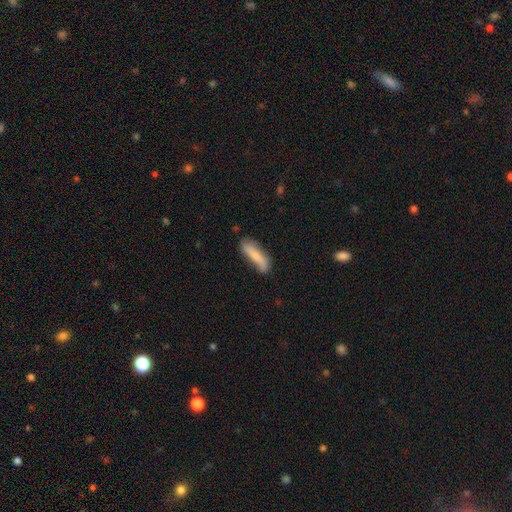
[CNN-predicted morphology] smooth 71%, featured or disk 22%, star or artifact 6%. Down the decision tree: how rounded — cigar-shaped (67%); merging — none (65%).